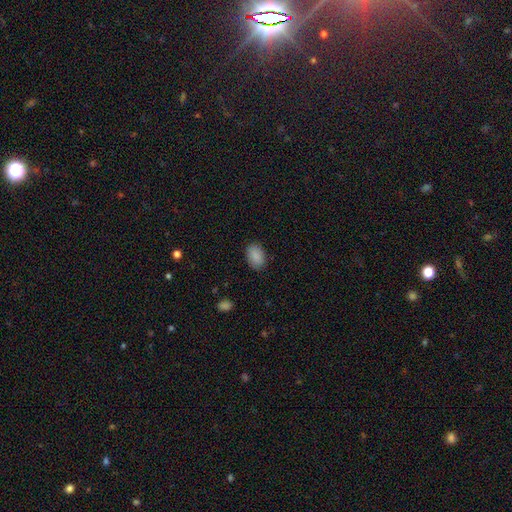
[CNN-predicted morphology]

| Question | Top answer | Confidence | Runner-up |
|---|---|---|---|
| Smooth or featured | smooth | 89% | star or artifact (7%) |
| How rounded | in between | 90% | round (9%) |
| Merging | none | 86% | minor disturbance (11%) |